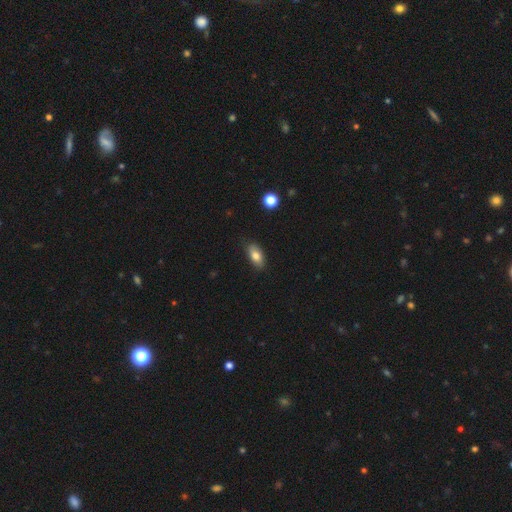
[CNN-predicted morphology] This is clearly a smooth galaxy (81%). How rounded: clearly in between (89%). Merging: clearly none (83%).